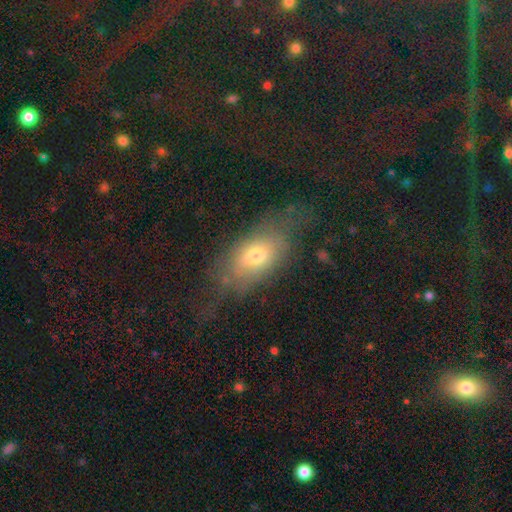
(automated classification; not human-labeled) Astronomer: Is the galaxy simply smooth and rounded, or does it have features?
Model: smooth — 57%.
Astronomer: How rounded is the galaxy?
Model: in between — 81%.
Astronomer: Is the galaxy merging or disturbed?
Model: none — 48% (runner-up: major disturbance, 26%).